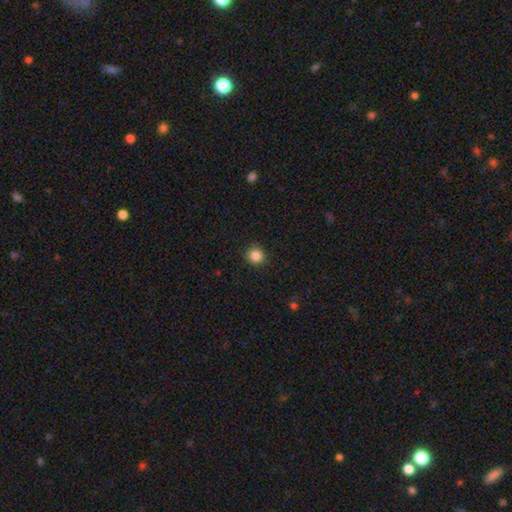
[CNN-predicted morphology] A smooth galaxy with no disk features (85%) that is round (90%).

Vote fractions:
- Smooth or featured? smooth: 85% / star or artifact: 11% / featured or disk: 4%
- How rounded? round: 90% / in between: 9% / cigar-shaped: 1%
- Merging? none: 88% / minor disturbance: 9% / major disturbance: 2% / merger: 1%